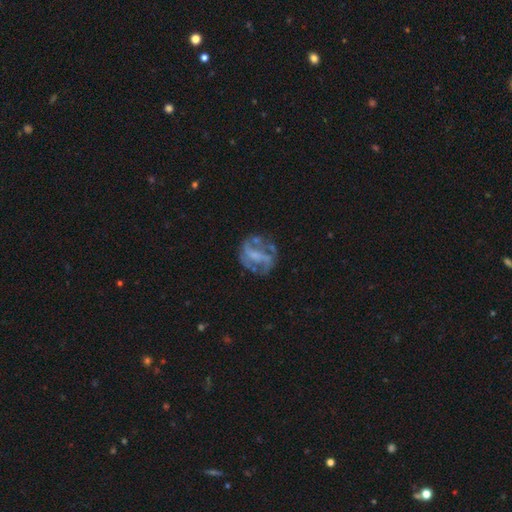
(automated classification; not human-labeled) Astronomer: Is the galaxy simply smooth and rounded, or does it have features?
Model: featured or disk — 75%.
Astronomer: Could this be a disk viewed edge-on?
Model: no — 97%.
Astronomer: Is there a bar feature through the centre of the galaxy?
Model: weak — 41% (runner-up: no, 32%).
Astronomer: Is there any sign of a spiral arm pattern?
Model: yes — 73%.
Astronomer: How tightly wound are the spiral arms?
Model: medium — 42% (runner-up: loose, 39%).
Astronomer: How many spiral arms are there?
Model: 2 — 61%.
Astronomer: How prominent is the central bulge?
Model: none — 43% (runner-up: small, 29%).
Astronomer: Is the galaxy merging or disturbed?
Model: none — 56%.